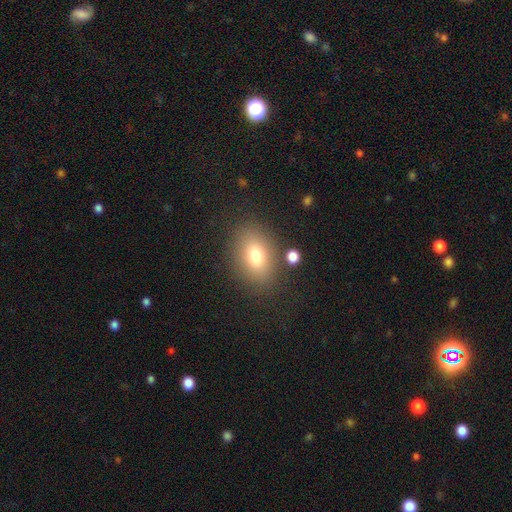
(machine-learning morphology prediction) smooth-or-featured: smooth: 76% | featured or disk: 13% | star or artifact: 11%
  how-rounded: in between: 79% | round: 20% | cigar-shaped: 1%
  merging: none: 81% | minor disturbance: 11% | major disturbance: 4% | merger: 4%